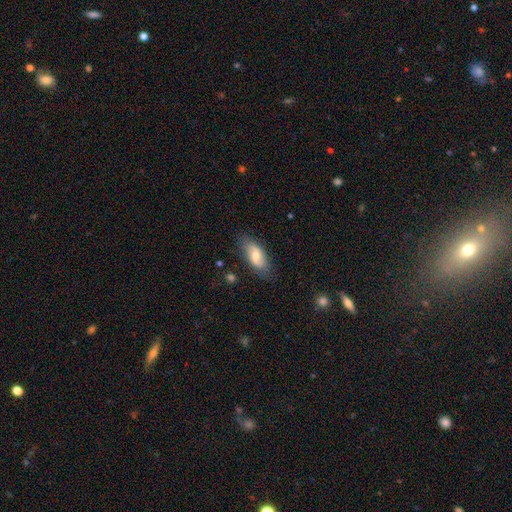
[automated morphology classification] smooth 59%, featured or disk 34%, star or artifact 6%. Down the decision tree: how rounded — in between (88%); merging — none (78%).